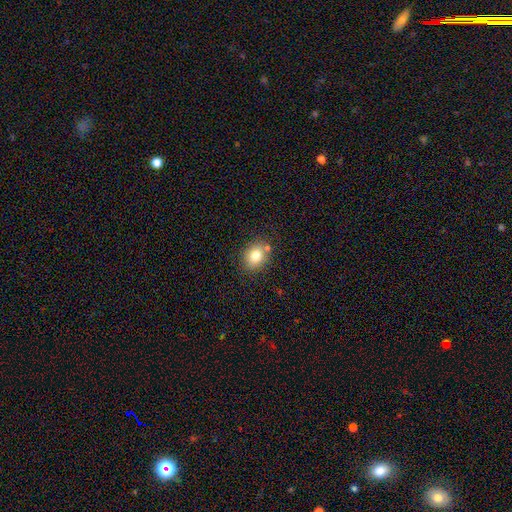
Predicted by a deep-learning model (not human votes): This appears to be a smooth galaxy with no disk features (78%) that is round (51%). Merging: none (77%).